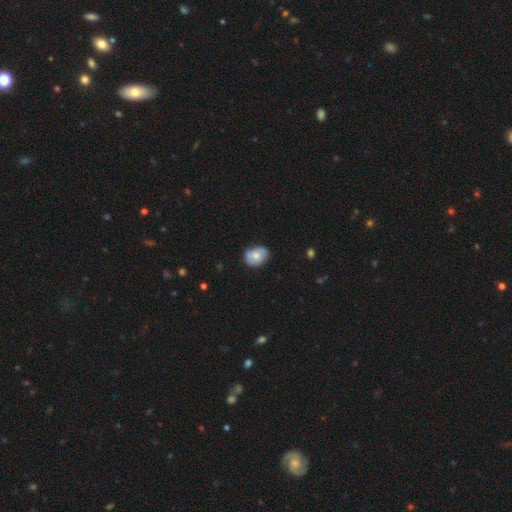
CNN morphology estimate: Smooth or featured? smooth (61%)
How rounded? in between (64%)
Merging? none (75%)